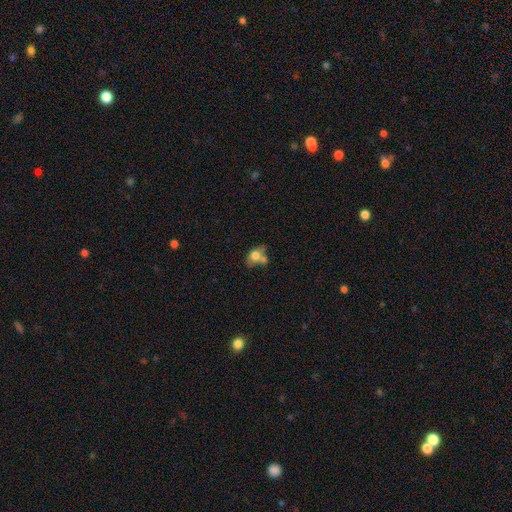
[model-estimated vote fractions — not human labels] This appears to be a smooth galaxy with no disk features (69%) that is in between round and cigar-shaped (73%). Merging: merger (41%).